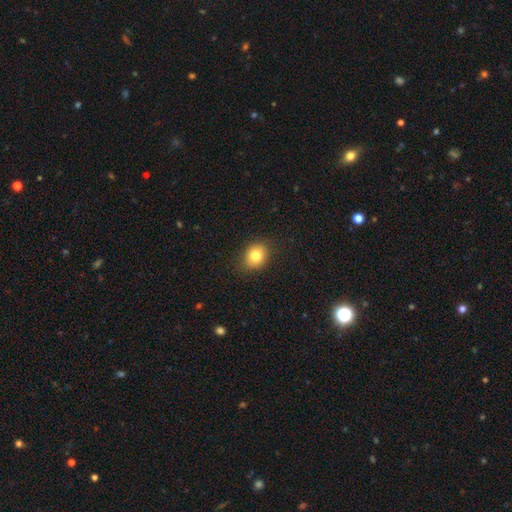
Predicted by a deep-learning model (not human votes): This is clearly a smooth galaxy (80%). How rounded: possibly round (54%). Merging: clearly none (86%).